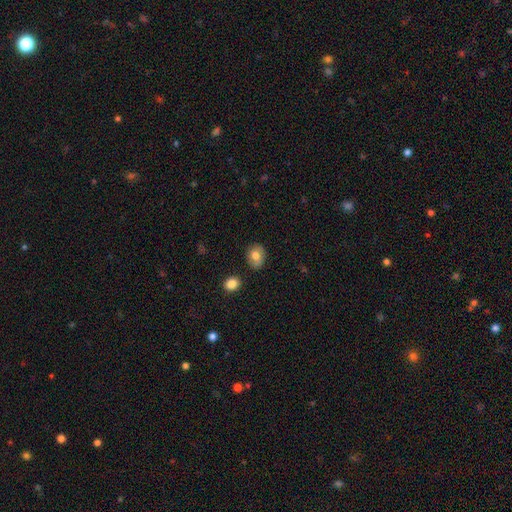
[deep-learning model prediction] Smooth or featured? Predicted: smooth (p=0.75). How rounded? Predicted: in between (p=0.56). Merging? Predicted: none (p=0.81).